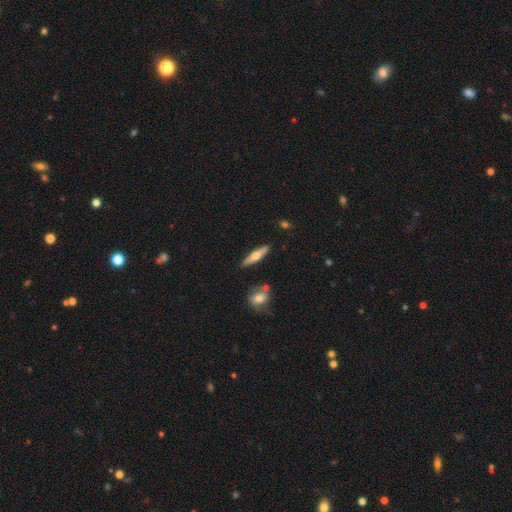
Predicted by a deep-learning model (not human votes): Smooth or featured? featured or disk (47%, tied with smooth)
Merging? none (85%)